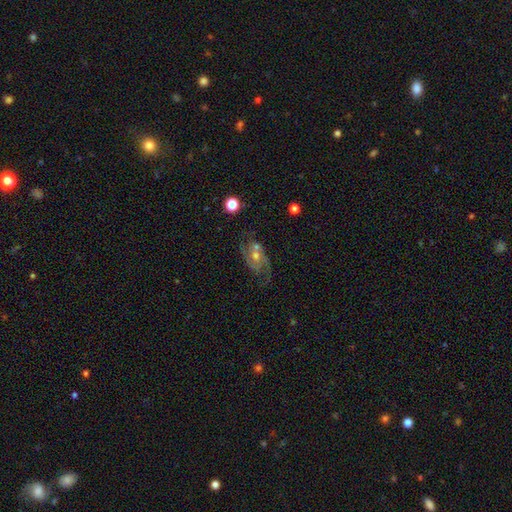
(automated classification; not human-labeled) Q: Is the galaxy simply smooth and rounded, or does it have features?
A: featured or disk — 77%.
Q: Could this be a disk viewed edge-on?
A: no — 95%.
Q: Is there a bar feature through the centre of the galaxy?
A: no — 64%.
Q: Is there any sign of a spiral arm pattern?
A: yes — 92%.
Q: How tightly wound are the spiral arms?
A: medium — 49%.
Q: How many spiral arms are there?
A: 2 — 65%.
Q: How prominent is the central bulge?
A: moderate — 48%.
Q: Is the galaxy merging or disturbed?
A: none — 62%.